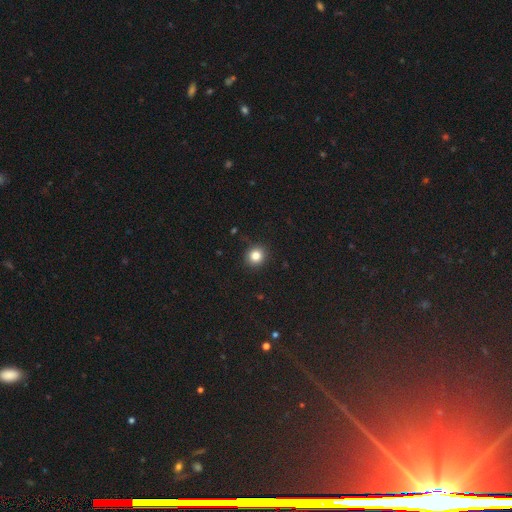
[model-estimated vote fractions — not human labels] smooth-or-featured: smooth: 83% | star or artifact: 11% | featured or disk: 5%
  how-rounded: round: 88% | in between: 11% | cigar-shaped: 1%
  merging: none: 90% | minor disturbance: 7% | major disturbance: 2% | merger: 1%